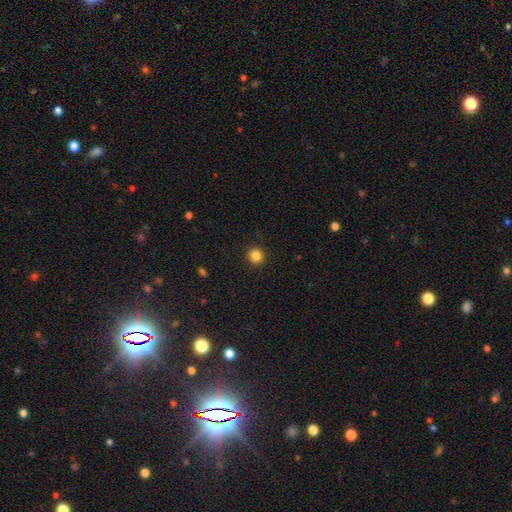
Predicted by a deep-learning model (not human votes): Overall: smooth (85%). How rounded: round (93%). Merging: none (91%).